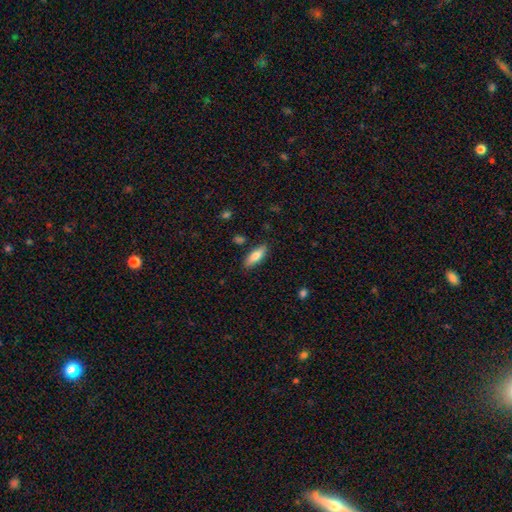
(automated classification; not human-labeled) Overall: smooth (79%). How rounded: in between (67%; cigar-shaped 31%). Merging: none (84%).